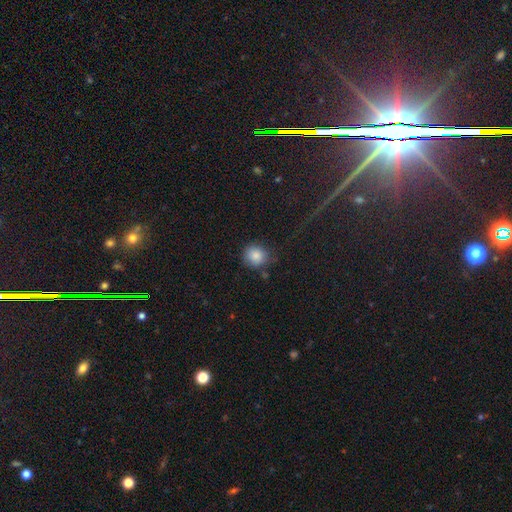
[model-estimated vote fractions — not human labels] A smooth galaxy with no disk features (85%) that is round (88%). Merging: none (77%).